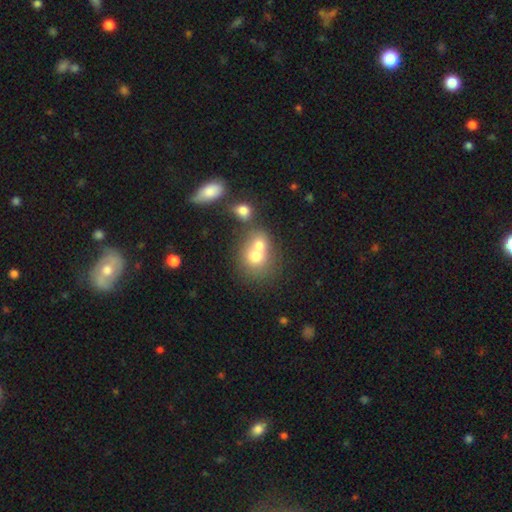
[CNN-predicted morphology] Overall: smooth (68%). How rounded: round (69%; in between 30%). Merging: merger (66%).